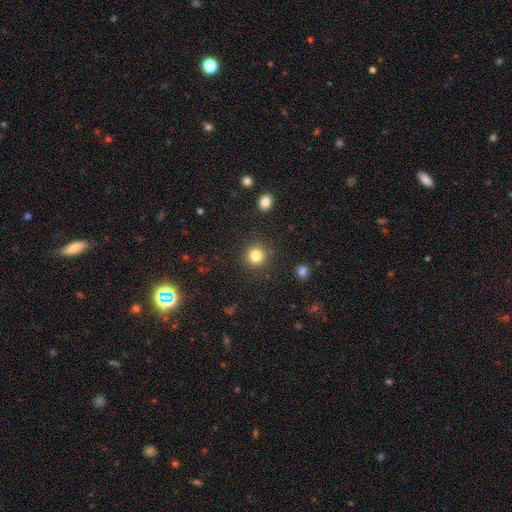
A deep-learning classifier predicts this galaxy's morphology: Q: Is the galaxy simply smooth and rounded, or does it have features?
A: smooth — 83%.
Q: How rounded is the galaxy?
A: round — 93%.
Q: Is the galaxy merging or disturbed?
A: none — 89%.